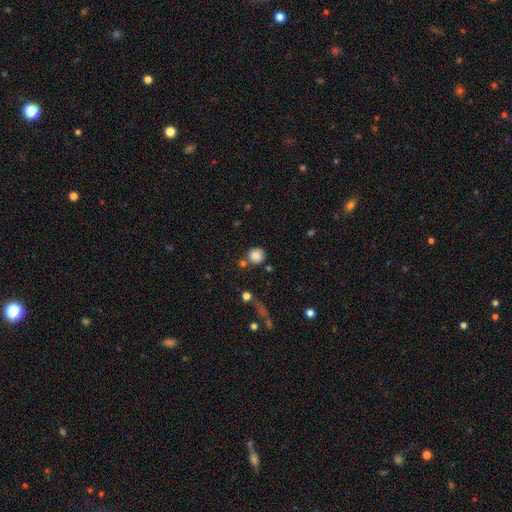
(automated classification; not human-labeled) A smooth galaxy with no disk features (83%) that is round (91%). Merging: none (73%).